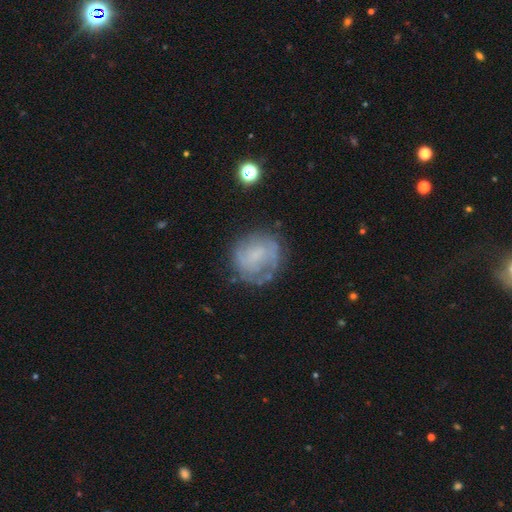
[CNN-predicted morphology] Q: Smooth or featured?
A: featured or disk (56%); runner-up: smooth (35%)
Q: Edge-on disk?
A: no (98%); runner-up: yes (2%)
Q: Bar?
A: no (62%); runner-up: weak (32%)
Q: Spiral arms?
A: yes (68%); runner-up: no (32%)
Q: Bulge size?
A: none (48%); runner-up: small (32%)
Q: Merging?
A: none (67%); runner-up: minor disturbance (20%)